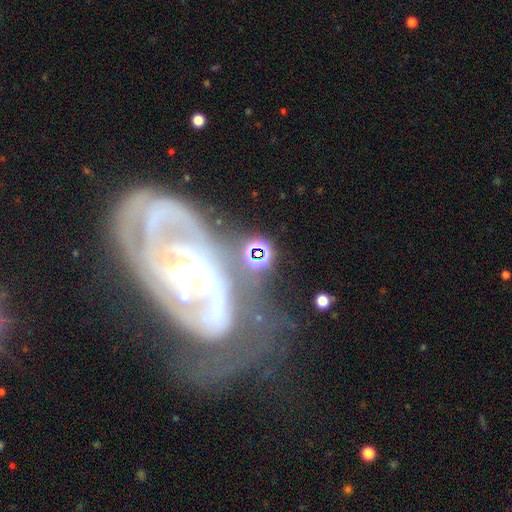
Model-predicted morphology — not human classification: Overall: featured or disk (42%; star or artifact 32%). Merging: none (58%).